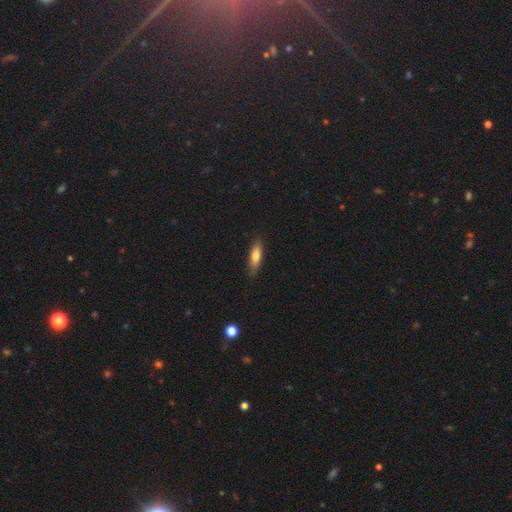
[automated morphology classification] Overall: smooth (71%). How rounded: cigar-shaped (56%; in between 42%). Merging: none (84%).